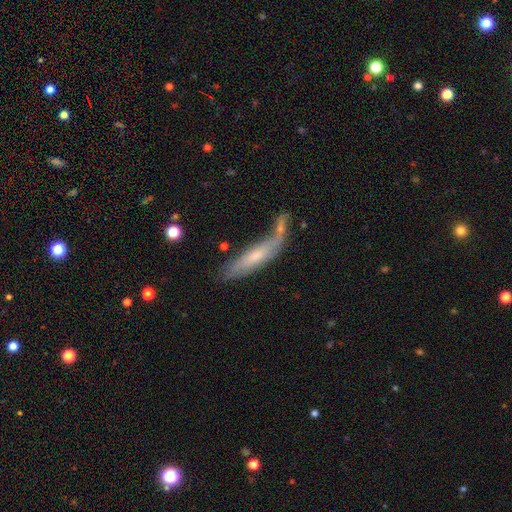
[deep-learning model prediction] Overall: smooth (48%; featured or disk 44%). Merging: none (39%; merger 28%).